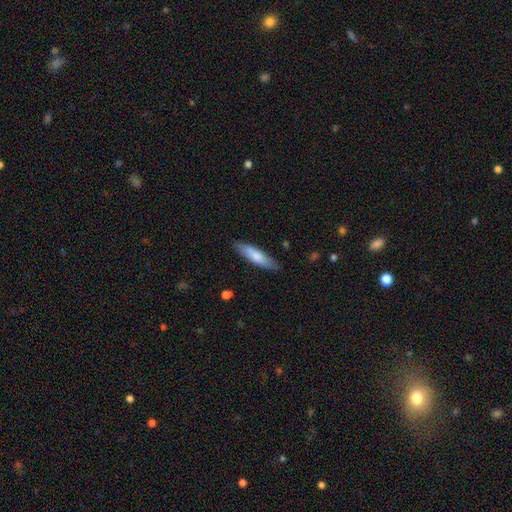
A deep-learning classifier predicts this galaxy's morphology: Smooth or featured? smooth (72%)
How rounded? cigar-shaped (72%)
Merging? none (84%)